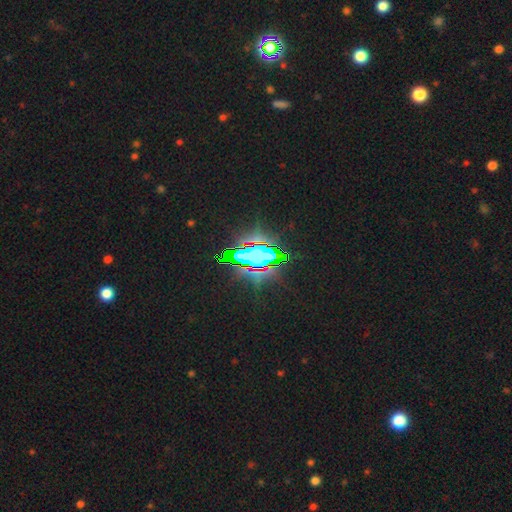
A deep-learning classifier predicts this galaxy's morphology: smooth-or-featured: star or artifact: 71% | smooth: 16% | featured or disk: 13%